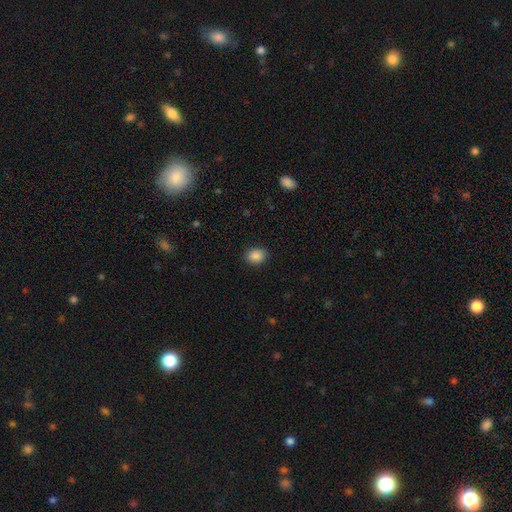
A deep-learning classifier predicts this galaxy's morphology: Smooth or featured?
  - smooth: 87% *
  - star or artifact: 9%
  - featured or disk: 4%
How rounded?
  - in between: 55% *
  - round: 45%
  - cigar-shaped: 1%
Merging?
  - none: 88% *
  - minor disturbance: 9%
  - major disturbance: 2%
  - merger: 1%